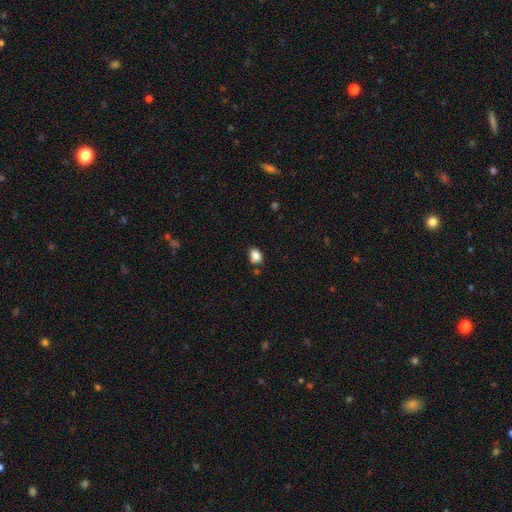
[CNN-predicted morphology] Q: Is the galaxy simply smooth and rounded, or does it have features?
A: smooth — 86%.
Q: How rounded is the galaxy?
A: in between — 70%.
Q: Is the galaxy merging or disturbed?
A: none — 72%.